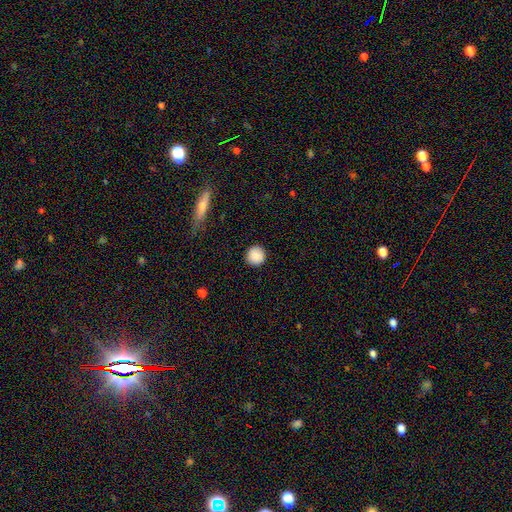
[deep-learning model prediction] smooth_or_featured: smooth (p=0.88) [alt: star or artifact p=0.08]
how_rounded: round (p=0.95) [alt: in between p=0.04]
merging: none (p=0.91) [alt: minor disturbance p=0.06]